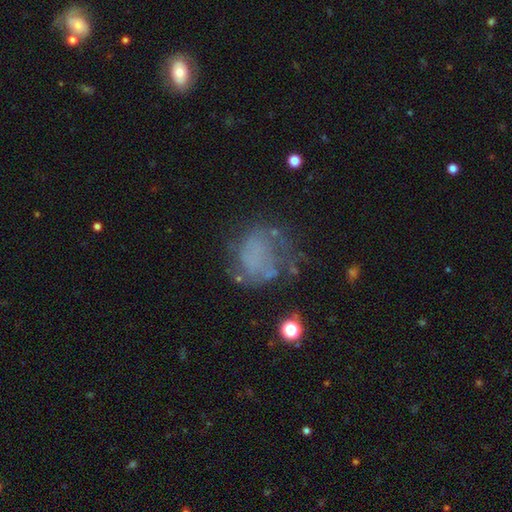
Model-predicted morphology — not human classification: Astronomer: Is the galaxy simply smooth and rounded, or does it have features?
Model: featured or disk — 46% (runner-up: smooth, 37%).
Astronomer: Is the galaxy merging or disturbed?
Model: none — 46% (runner-up: major disturbance, 27%).